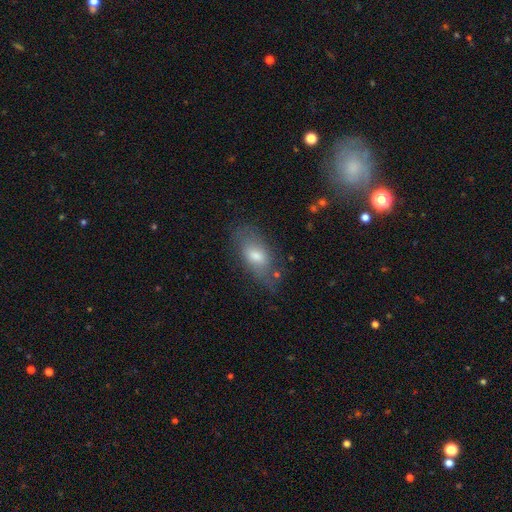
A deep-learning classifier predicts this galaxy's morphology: Q: Smooth or featured?
A: smooth (65%); runner-up: featured or disk (26%)
Q: How rounded?
A: in between (84%); runner-up: cigar-shaped (11%)
Q: Merging?
A: none (68%); runner-up: minor disturbance (21%)